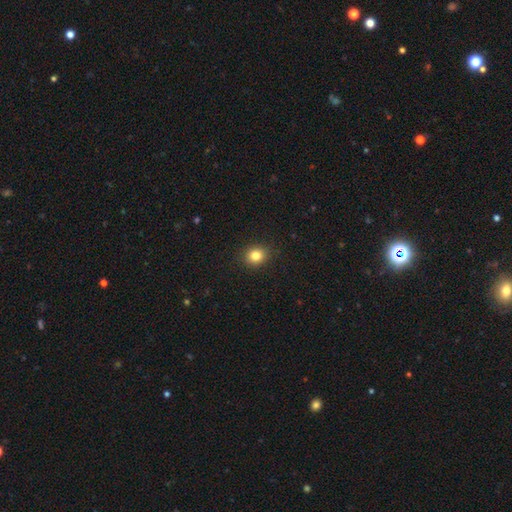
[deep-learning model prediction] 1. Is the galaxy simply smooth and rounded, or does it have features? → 82% smooth, 12% star or artifact, 7% featured or disk.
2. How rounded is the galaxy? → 73% round, 26% in between, 1% cigar-shaped.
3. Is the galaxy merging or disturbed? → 90% none, 7% minor disturbance, 2% major disturbance, 1% merger.